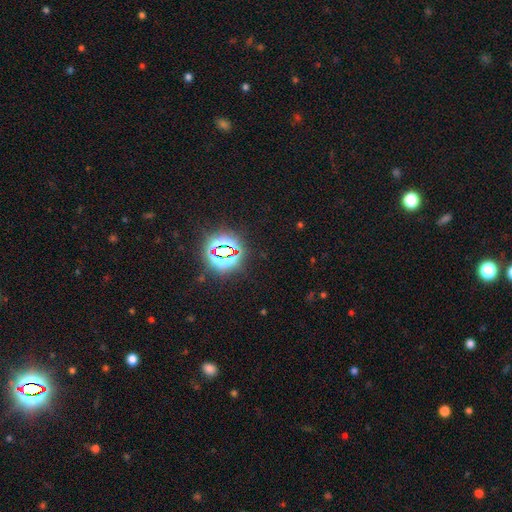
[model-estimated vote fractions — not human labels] This appears to be a star or artifact, not a galaxy (81%).